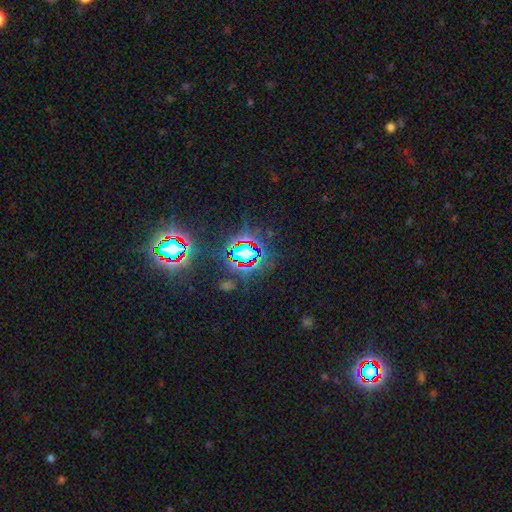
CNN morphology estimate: Smooth or featured: star or artifact — 82% (smooth — 11%)